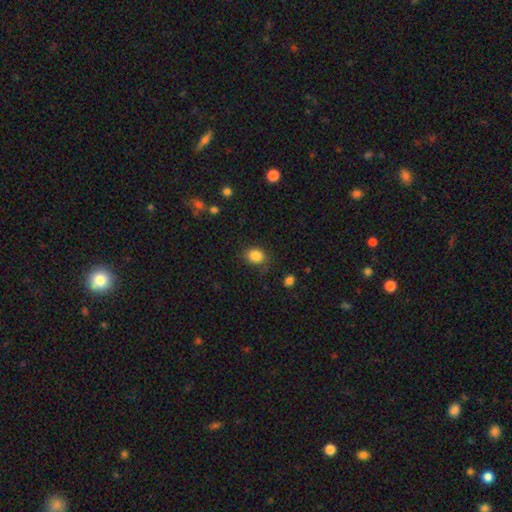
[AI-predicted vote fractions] smooth_or_featured: smooth (p=0.84) [alt: star or artifact p=0.10]
how_rounded: round (p=0.59) [alt: in between p=0.41]
merging: none (p=0.68) [alt: minor disturbance p=0.22]